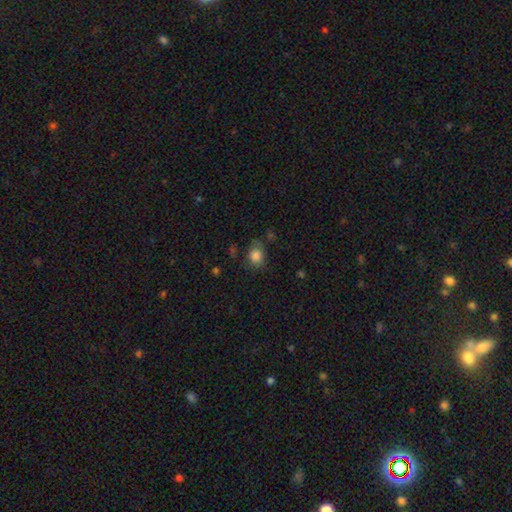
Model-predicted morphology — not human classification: This appears to be a smooth galaxy with no disk features (83%) that is round (56%). Merging: none (66%).